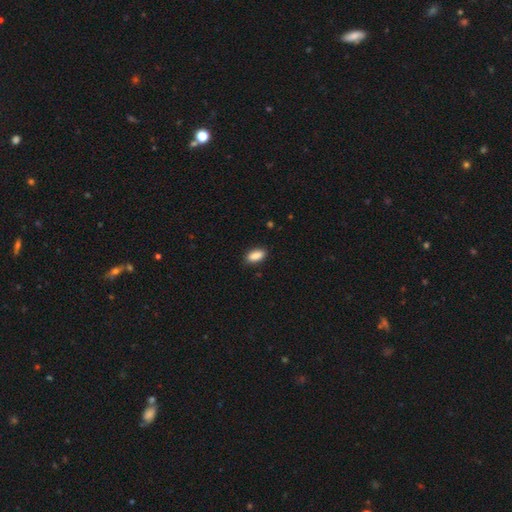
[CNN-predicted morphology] Smooth or featured: smooth — 89% (star or artifact — 7%)
How rounded: in between — 90% (cigar-shaped — 7%)
Merging: none — 87% (minor disturbance — 10%)